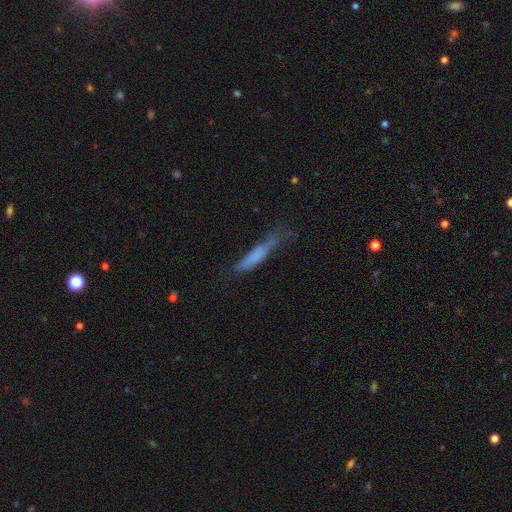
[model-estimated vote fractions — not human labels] The model was most divided on "merging": none: 43%, minor disturbance: 31%, major disturbance: 21%, merger: 4%. More confident: how rounded — cigar-shaped (86%); smooth or featured — smooth (67%).